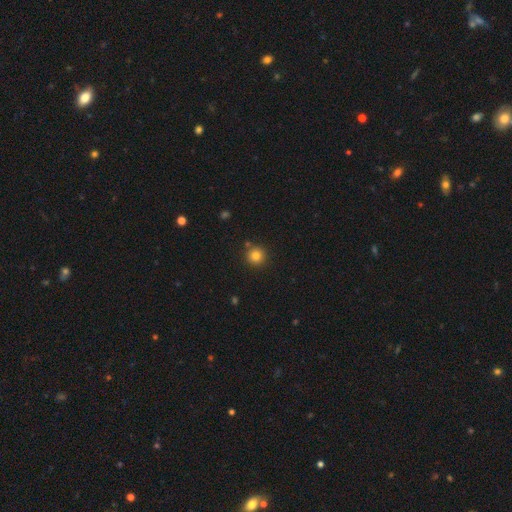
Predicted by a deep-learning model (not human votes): Overall: smooth (81%). How rounded: round (95%). Merging: none (86%).